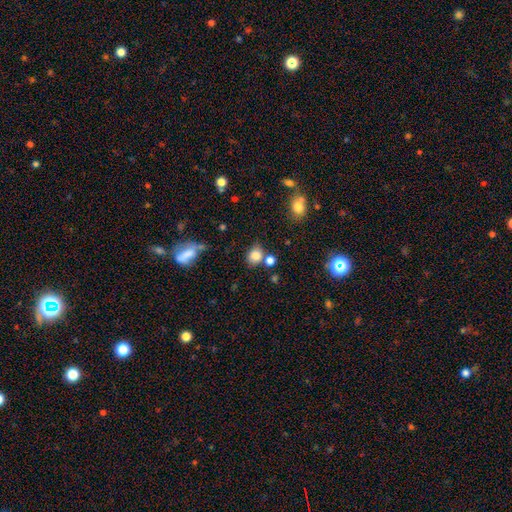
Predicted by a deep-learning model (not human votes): This is clearly a smooth galaxy (81%). How rounded: likely round (61%). Merging: likely none (63%).